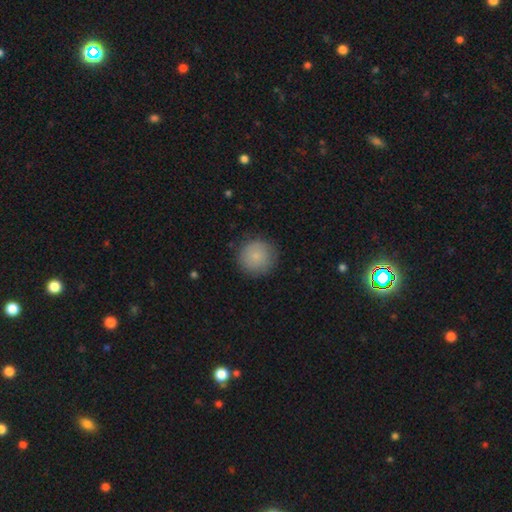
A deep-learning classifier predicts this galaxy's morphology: smooth_or_featured: smooth (p=0.83) [alt: featured or disk p=0.10]
how_rounded: round (p=0.95) [alt: in between p=0.04]
merging: none (p=0.85) [alt: minor disturbance p=0.11]